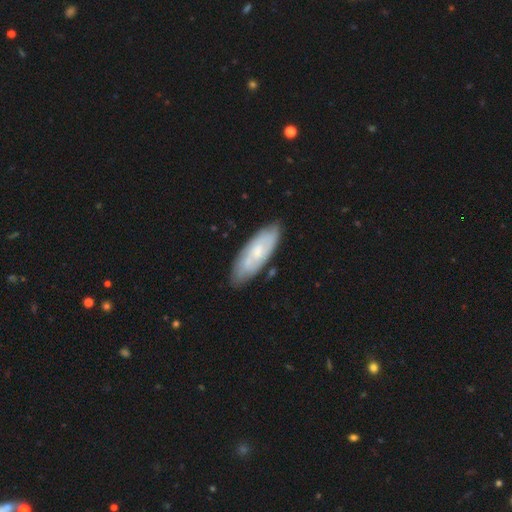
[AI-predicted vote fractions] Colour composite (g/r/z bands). It shows a featured or disk galaxy (48%). Merging: none (78%).